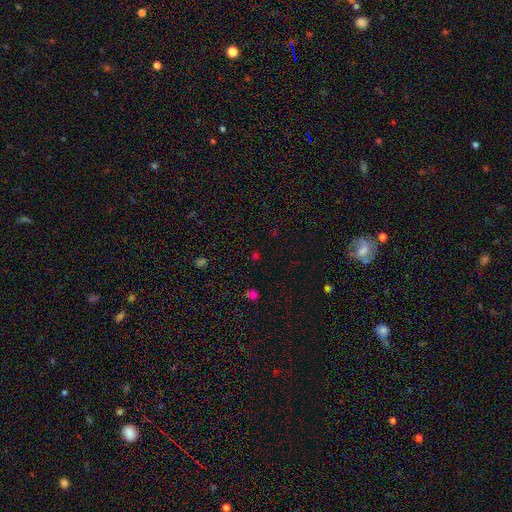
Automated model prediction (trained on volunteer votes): Smooth or featured: star or artifact — 53% (smooth — 41%)